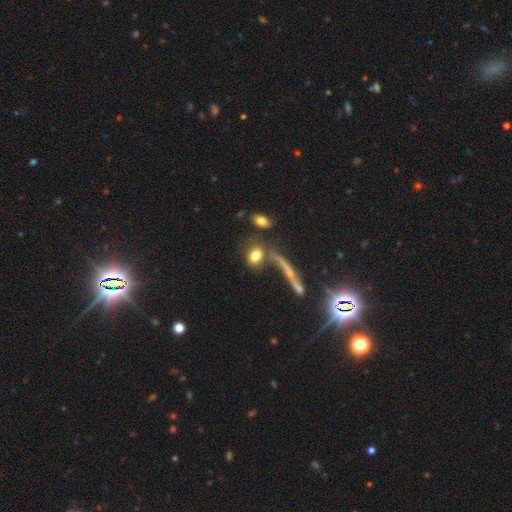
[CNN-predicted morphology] Q: Smooth or featured?
A: smooth (75%); runner-up: featured or disk (15%)
Q: How rounded?
A: in between (60%); runner-up: round (33%)
Q: Merging?
A: none (46%); runner-up: merger (27%)